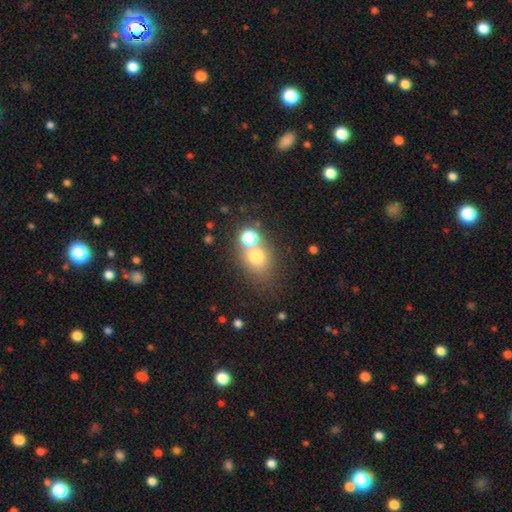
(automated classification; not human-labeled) Morphology: type=smooth (70%); roundness=round (65%); merging=none (53%).